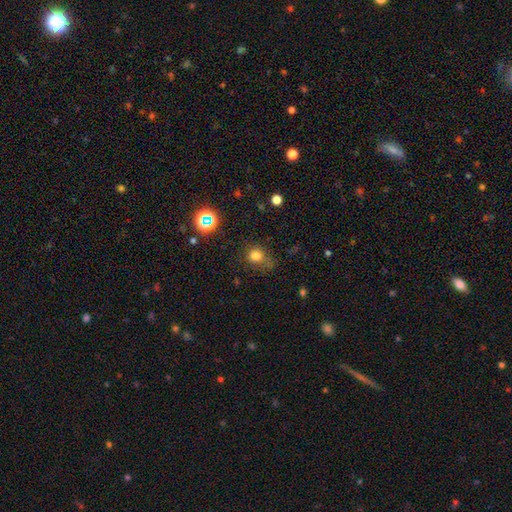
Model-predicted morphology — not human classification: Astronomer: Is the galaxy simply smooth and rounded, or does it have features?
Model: smooth — 74%.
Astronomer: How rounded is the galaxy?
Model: round — 65%.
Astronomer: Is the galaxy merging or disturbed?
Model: none — 51%.